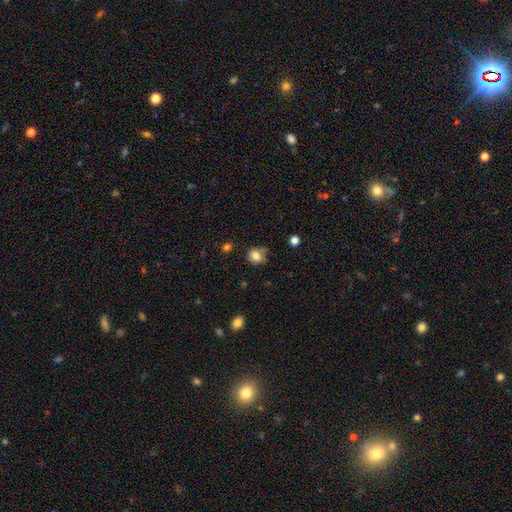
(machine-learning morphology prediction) A smooth galaxy with no disk features (81%) that is round (63%).

Vote fractions:
- Smooth or featured? smooth: 81% / star or artifact: 11% / featured or disk: 9%
- How rounded? round: 63% / in between: 36% / cigar-shaped: 1%
- Merging? none: 61% / minor disturbance: 26% / major disturbance: 7% / merger: 5%